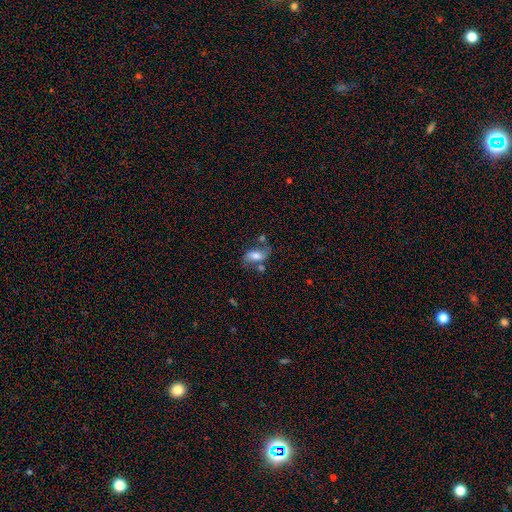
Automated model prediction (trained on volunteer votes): Smooth or featured? smooth (59%)
How rounded? in between (87%)
Merging? none (50%)